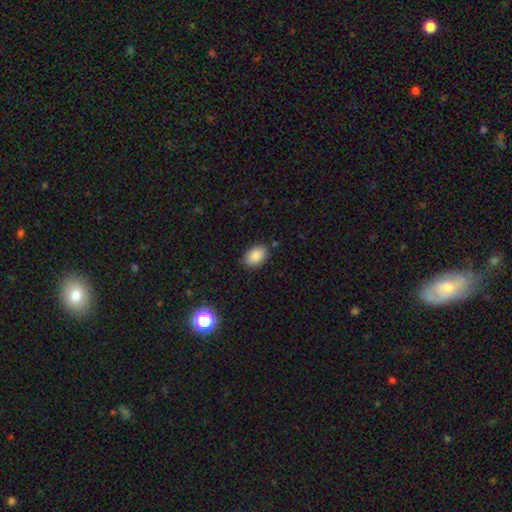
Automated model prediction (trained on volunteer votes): Smooth or featured: smooth — 87% (star or artifact — 8%)
How rounded: in between — 87% (round — 12%)
Merging: none — 85% (minor disturbance — 11%)